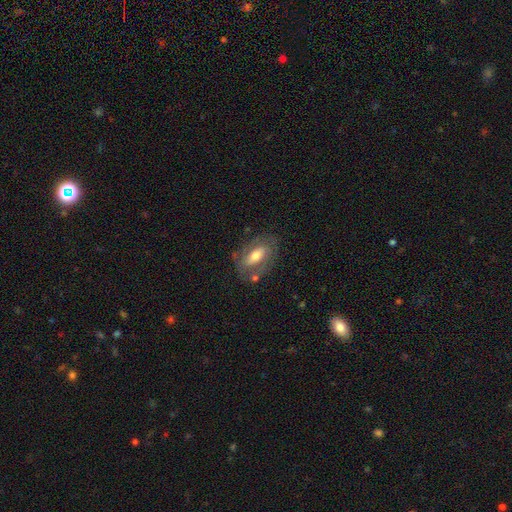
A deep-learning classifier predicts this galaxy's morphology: smooth_or_featured: featured or disk (p=0.53) [alt: smooth p=0.40]
disk_edge_on: no (p=0.85) [alt: yes p=0.15]
merging: none (p=0.68) [alt: minor disturbance p=0.18]